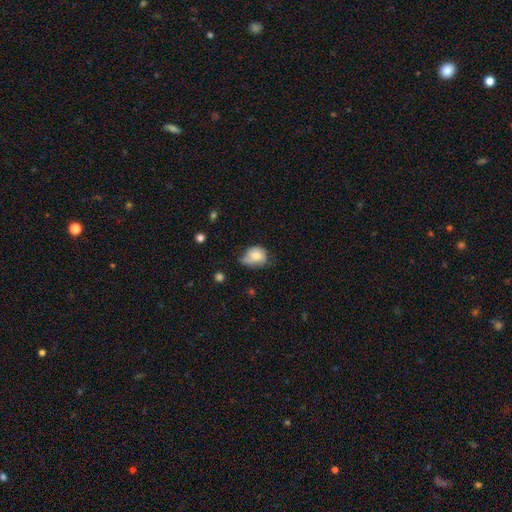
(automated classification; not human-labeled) Morphology: type=smooth (74%); roundness=in between (51%); merging=minor disturbance (43%).